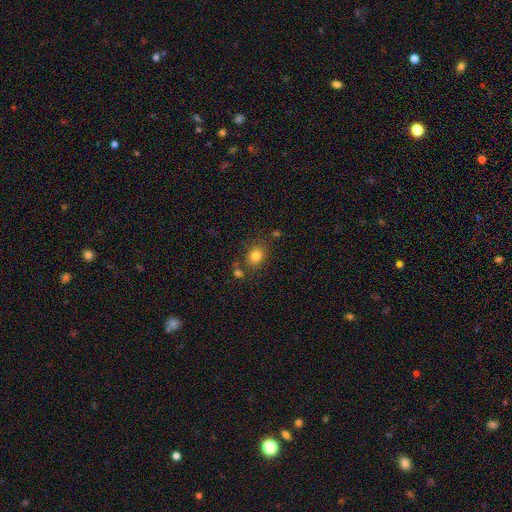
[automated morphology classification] smooth_or_featured: smooth (p=0.81) [alt: star or artifact p=0.11]
how_rounded: round (p=0.58) [alt: in between p=0.41]
merging: none (p=0.74) [alt: minor disturbance p=0.12]